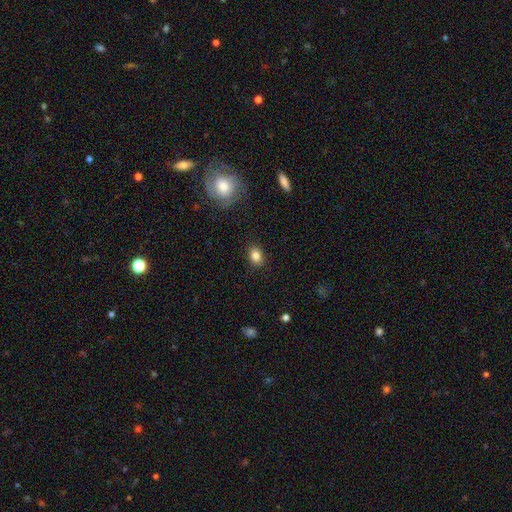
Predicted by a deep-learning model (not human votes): Smooth or featured? Predicted: smooth (p=0.84). How rounded? Predicted: in between (p=0.66). Merging? Predicted: none (p=0.87).